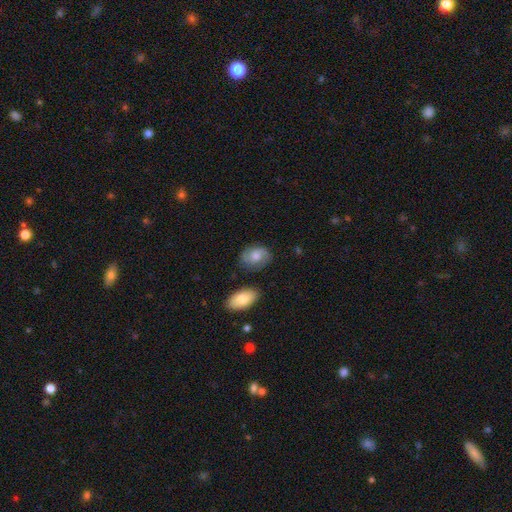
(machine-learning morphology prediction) A smooth galaxy with no disk features (51%) that is in between round and cigar-shaped (67%). Merging: none (74%).